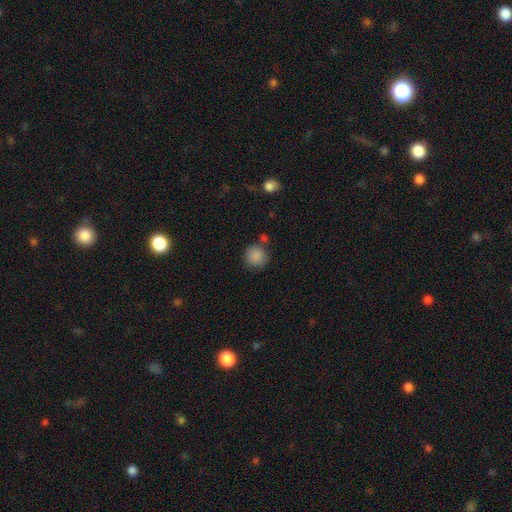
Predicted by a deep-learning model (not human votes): Smooth or featured?
  - smooth: 87% *
  - star or artifact: 9%
  - featured or disk: 4%
How rounded?
  - round: 91% *
  - in between: 8%
  - cigar-shaped: 1%
Merging?
  - none: 73% *
  - minor disturbance: 12%
  - merger: 11%
  - major disturbance: 4%